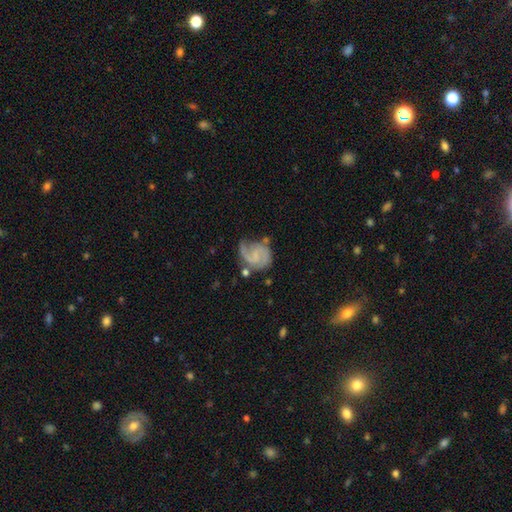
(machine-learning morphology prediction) Q: Smooth or featured?
A: featured or disk (79%); runner-up: smooth (14%)
Q: Edge-on disk?
A: no (98%); runner-up: yes (2%)
Q: Bar?
A: no (49%); runner-up: weak (41%)
Q: Spiral arms?
A: yes (94%); runner-up: no (6%)
Q: Spiral winding?
A: medium (47%); runner-up: loose (27%)
Q: Spiral arm count?
A: 2 (71%); runner-up: 1 (14%)
Q: Bulge size?
A: none (47%); runner-up: small (41%)
Q: Merging?
A: none (51%); runner-up: minor disturbance (25%)